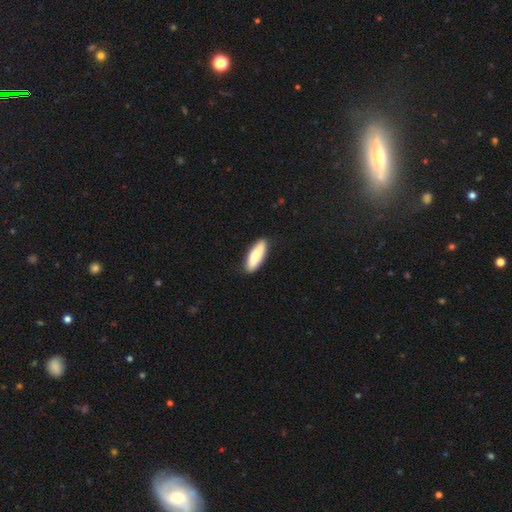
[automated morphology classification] Overall: smooth (82%). How rounded: in between (55%; cigar-shaped 43%). Merging: none (89%).